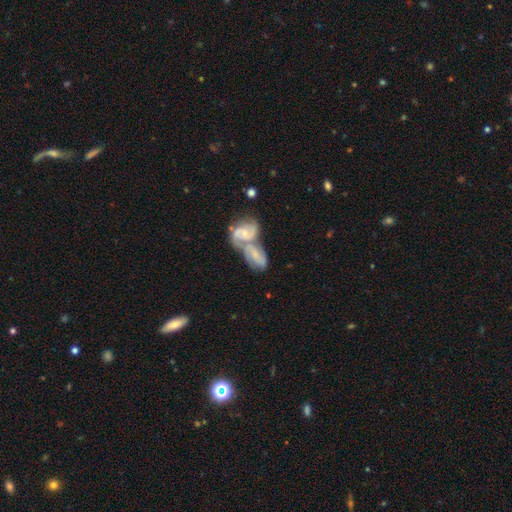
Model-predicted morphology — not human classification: Smooth or featured: featured or disk — 70% (smooth — 24%)
Edge-on disk: no — 96% (yes — 4%)
Bar: no — 51% (weak — 38%)
Spiral arms: yes — 90% (no — 10%)
Spiral winding: medium — 46% (tight — 38%)
Spiral arm count: 2 — 68% (can't tell — 16%)
Bulge size: small — 64% (moderate — 26%)
Merging: merger — 72% (none — 15%)